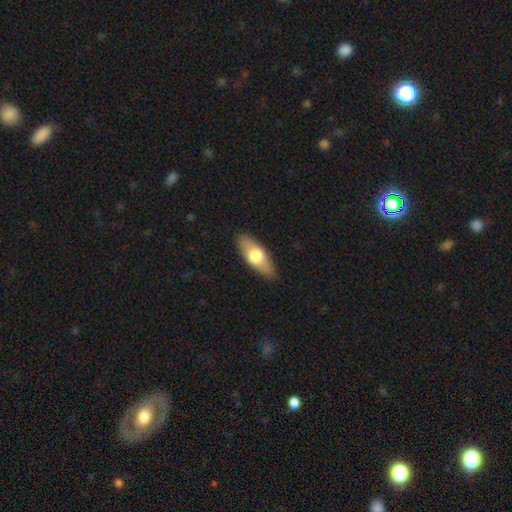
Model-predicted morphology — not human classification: Q: Smooth or featured?
A: smooth (66%); runner-up: featured or disk (29%)
Q: How rounded?
A: in between (71%); runner-up: cigar-shaped (25%)
Q: Merging?
A: none (87%); runner-up: minor disturbance (10%)